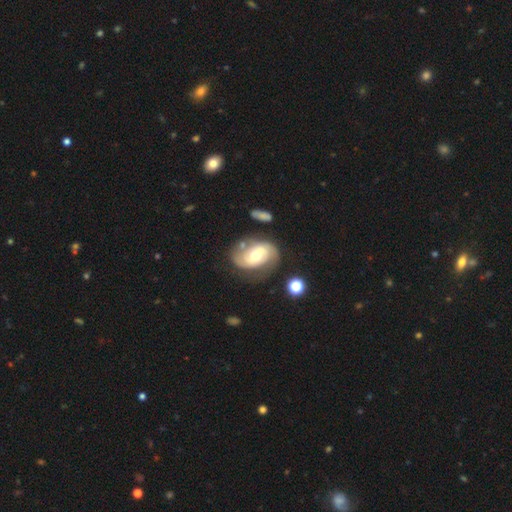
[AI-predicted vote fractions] Q: Smooth or featured?
A: featured or disk (79%); runner-up: smooth (15%)
Q: Edge-on disk?
A: no (96%); runner-up: yes (4%)
Q: Bar?
A: weak (44%); runner-up: no (36%)
Q: Spiral arms?
A: yes (90%); runner-up: no (10%)
Q: Spiral winding?
A: tight (42%); runner-up: medium (41%)
Q: Spiral arm count?
A: 2 (73%); runner-up: can't tell (15%)
Q: Bulge size?
A: moderate (67%); runner-up: small (23%)
Q: Merging?
A: none (62%); runner-up: minor disturbance (21%)